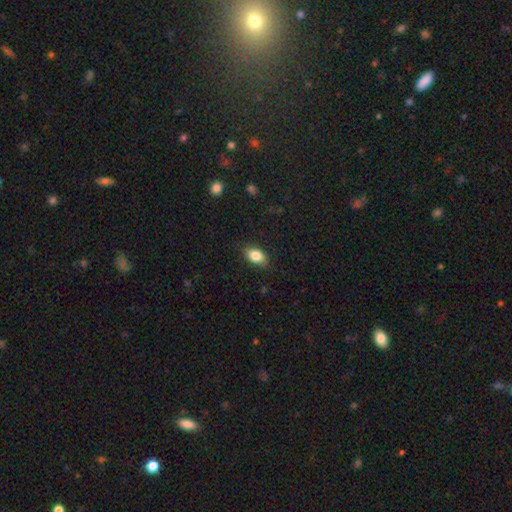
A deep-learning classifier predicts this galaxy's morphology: Q: Smooth or featured?
A: smooth (84%); runner-up: star or artifact (8%)
Q: How rounded?
A: in between (85%); runner-up: round (13%)
Q: Merging?
A: none (83%); runner-up: minor disturbance (13%)